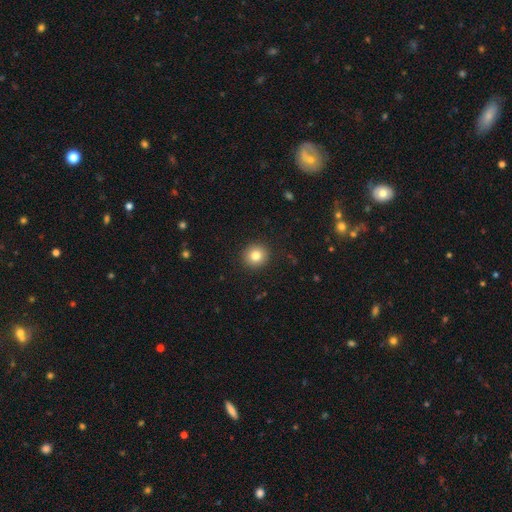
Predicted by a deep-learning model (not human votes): A smooth galaxy with no disk features (82%) that is round (91%). Merging: none (92%).